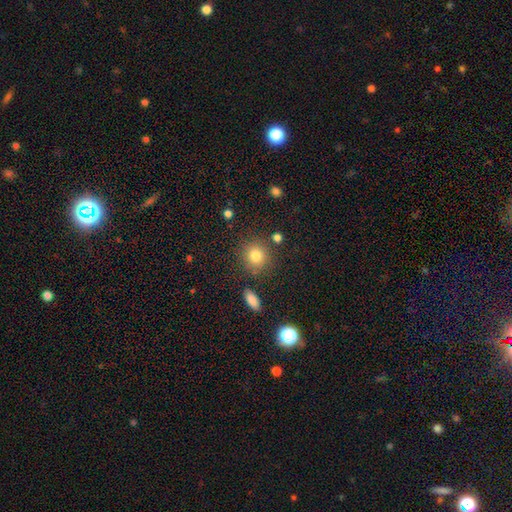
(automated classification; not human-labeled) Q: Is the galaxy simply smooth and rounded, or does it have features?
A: smooth — 80%.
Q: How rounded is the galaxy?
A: round — 86%.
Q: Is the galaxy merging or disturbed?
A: none — 82%.